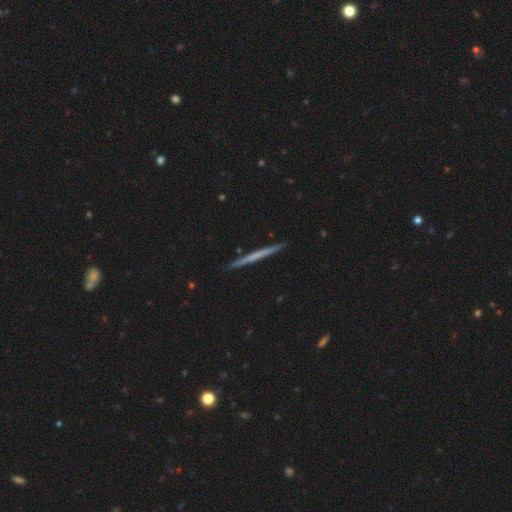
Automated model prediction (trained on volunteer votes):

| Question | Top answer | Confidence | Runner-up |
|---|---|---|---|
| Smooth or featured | featured or disk | 50% | smooth (45%) |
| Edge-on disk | yes | 98% | no (2%) |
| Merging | none | 93% | minor disturbance (5%) |